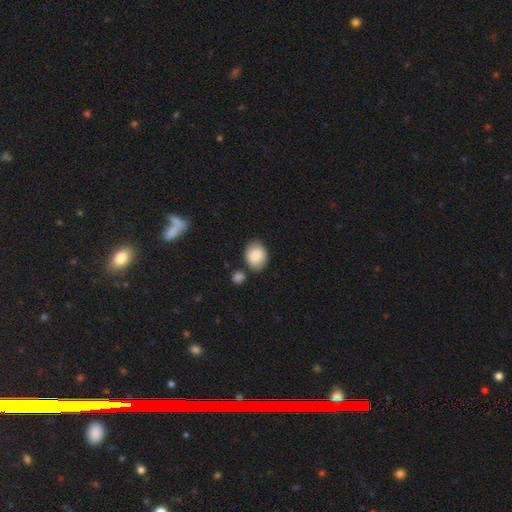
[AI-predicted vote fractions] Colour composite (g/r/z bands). It shows a smooth galaxy with no disk features (84%) that is in between round and cigar-shaped (65%). Merging: none (75%).